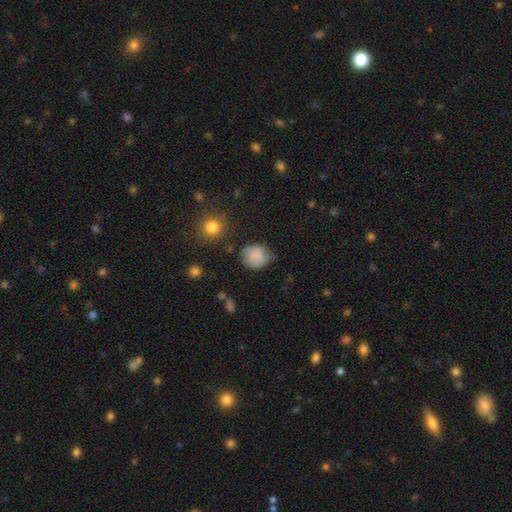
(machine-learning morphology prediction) smooth-or-featured: smooth: 80% | featured or disk: 12% | star or artifact: 9%
  how-rounded: round: 73% | in between: 26% | cigar-shaped: 1%
  merging: none: 61% | minor disturbance: 27% | major disturbance: 8% | merger: 3%